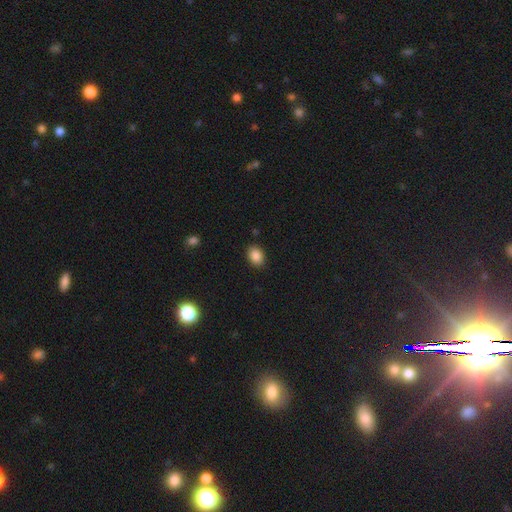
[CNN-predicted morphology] The model was most divided on "how rounded": in between: 64%, round: 35%, cigar-shaped: 1%. More confident: merging — none (88%); smooth or featured — smooth (87%).